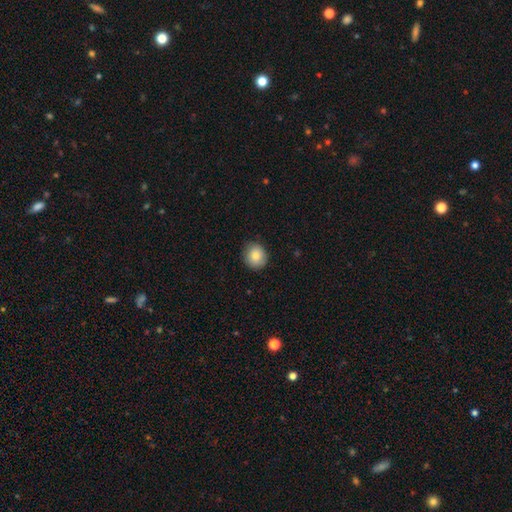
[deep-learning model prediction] smooth 82%, featured or disk 9%, star or artifact 9%. Down the decision tree: how rounded — round (87%); merging — none (87%).